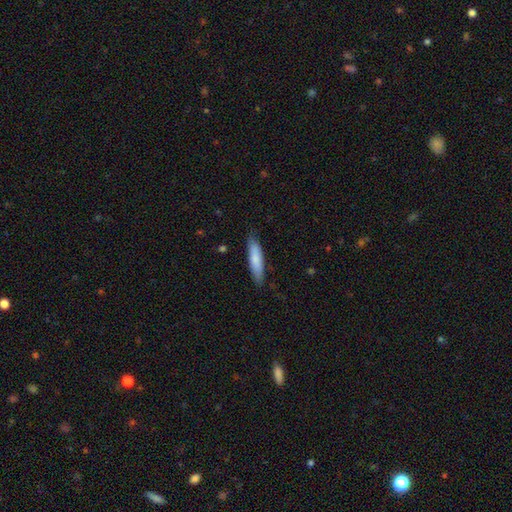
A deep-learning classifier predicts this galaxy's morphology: This is likely a smooth galaxy (74%). How rounded: clearly cigar-shaped (82%). Merging: clearly none (85%).